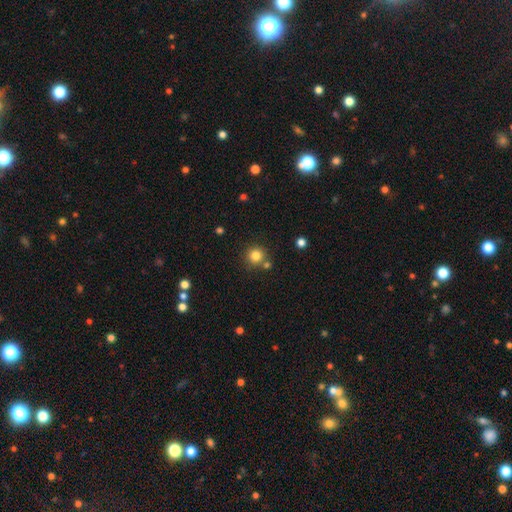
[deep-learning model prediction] This is clearly a smooth galaxy (82%). How rounded: clearly round (93%). Merging: likely none (77%).